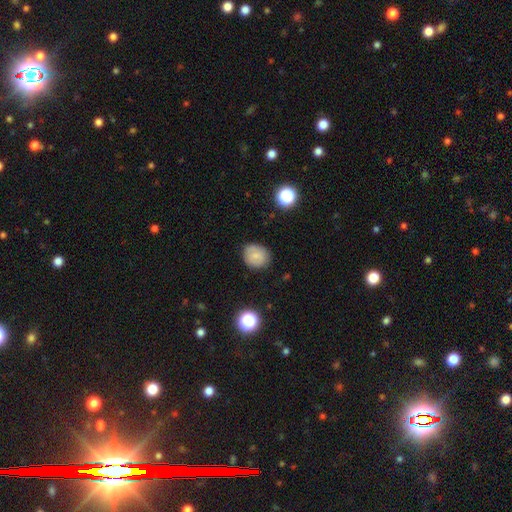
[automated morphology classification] Smooth or featured?
  - smooth: 77% *
  - featured or disk: 12%
  - star or artifact: 11%
How rounded?
  - round: 72% *
  - in between: 27%
  - cigar-shaped: 1%
Merging?
  - none: 82% *
  - minor disturbance: 13%
  - major disturbance: 3%
  - merger: 1%